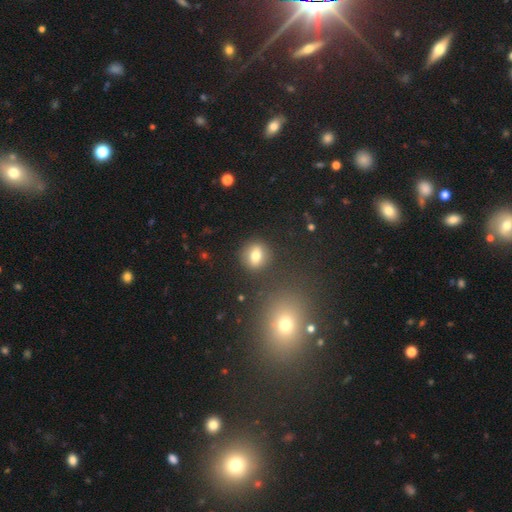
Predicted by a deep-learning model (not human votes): Smooth or featured? Predicted: smooth (p=0.73). How rounded? Predicted: round (p=0.64). Merging? Predicted: none (p=0.87).